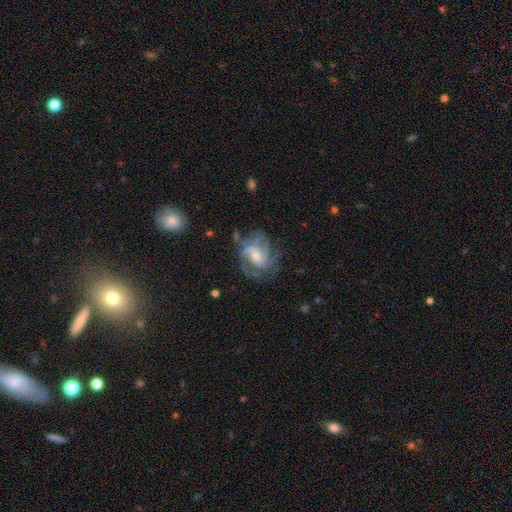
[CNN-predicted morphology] This appears to be a featured or disk galaxy (86%) with no bar (55%), 3 (30%) medium (46%) spiral arms (95%) and a small central bulge (56%). Merging: none (64%).